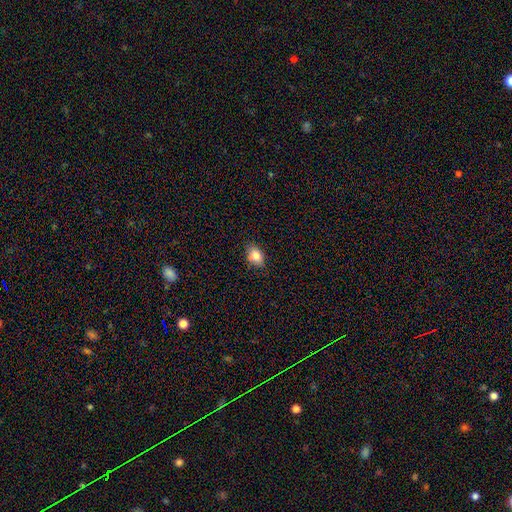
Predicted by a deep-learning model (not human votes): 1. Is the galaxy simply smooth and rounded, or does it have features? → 85% smooth, 9% star or artifact, 6% featured or disk.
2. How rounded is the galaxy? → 81% in between, 17% round, 2% cigar-shaped.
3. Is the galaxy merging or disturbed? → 82% none, 15% minor disturbance, 3% major disturbance, 1% merger.